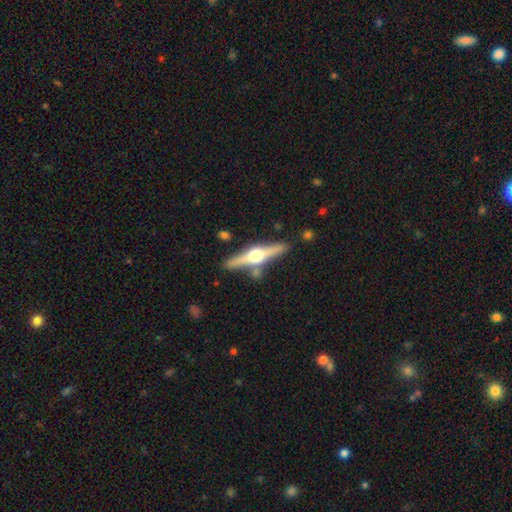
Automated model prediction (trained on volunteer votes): This appears to be a featured or disk galaxy (77%) viewed edge-on (98%) with a rounded central bulge (95%). Merging: none (84%).